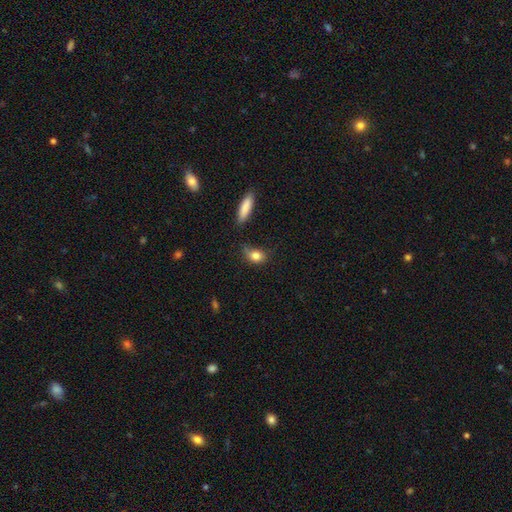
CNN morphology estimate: Smooth or featured: smooth — 82% (star or artifact — 9%)
How rounded: in between — 66% (round — 29%)
Merging: none — 51% (minor disturbance — 33%)